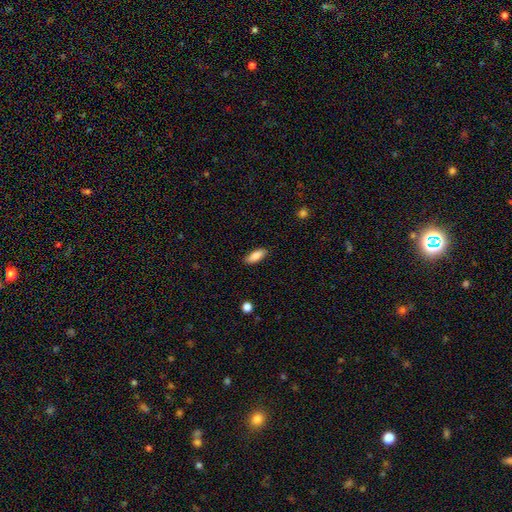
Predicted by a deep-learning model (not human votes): Smooth or featured? Predicted: smooth (p=0.86). How rounded? Predicted: in between (p=0.80). Merging? Predicted: none (p=0.86).